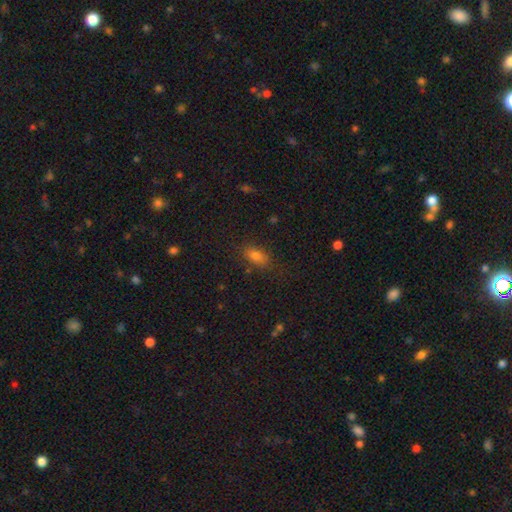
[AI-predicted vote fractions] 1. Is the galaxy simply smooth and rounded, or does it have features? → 75% smooth, 15% star or artifact, 11% featured or disk.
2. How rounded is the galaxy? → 80% in between, 10% cigar-shaped, 10% round.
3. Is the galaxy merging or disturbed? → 79% none, 15% minor disturbance, 4% major disturbance, 2% merger.